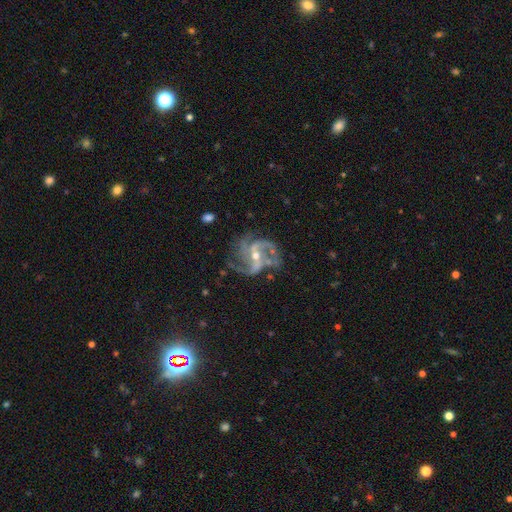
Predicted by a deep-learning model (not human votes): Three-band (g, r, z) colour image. It shows a featured or disk galaxy (91%) with a weak bar (38%), 3 (39%) medium (50%) spiral arms (98%) and a small central bulge (50%). Merging: none (65%).